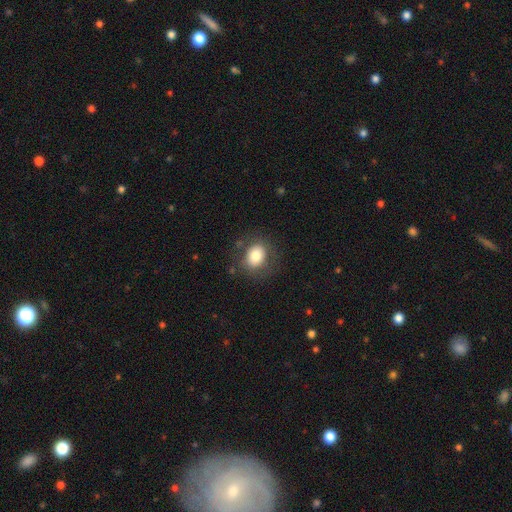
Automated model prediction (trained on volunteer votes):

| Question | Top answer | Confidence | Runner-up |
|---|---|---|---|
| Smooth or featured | smooth | 78% | featured or disk (13%) |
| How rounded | round | 52% | in between (47%) |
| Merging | none | 77% | minor disturbance (14%) |